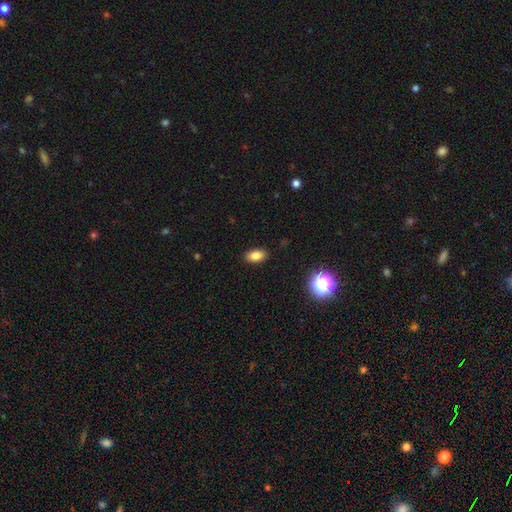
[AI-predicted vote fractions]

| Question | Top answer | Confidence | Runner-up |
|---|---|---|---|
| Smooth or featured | smooth | 83% | star or artifact (11%) |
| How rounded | in between | 90% | round (7%) |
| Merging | none | 89% | minor disturbance (8%) |